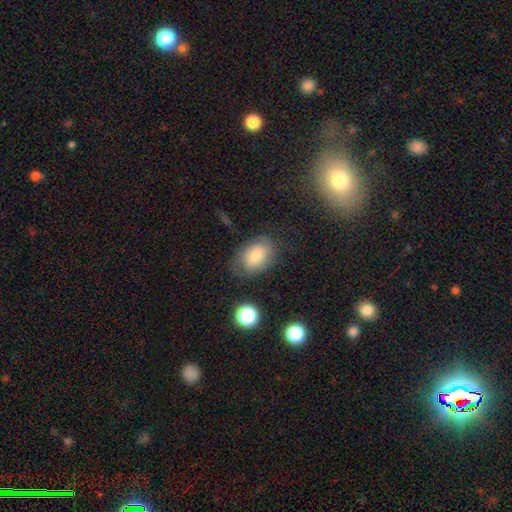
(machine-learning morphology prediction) smooth 75%, featured or disk 15%, star or artifact 10%. Down the decision tree: how rounded — in between (86%); merging — none (70%).